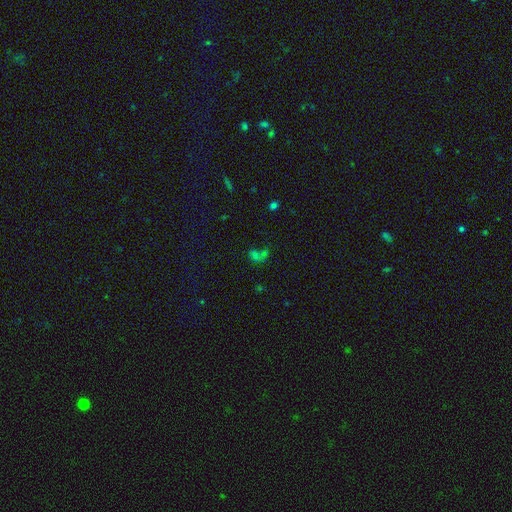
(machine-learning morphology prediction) smooth 47%, star or artifact 40%, featured or disk 13%. Down the decision tree: merging — merger (42%).